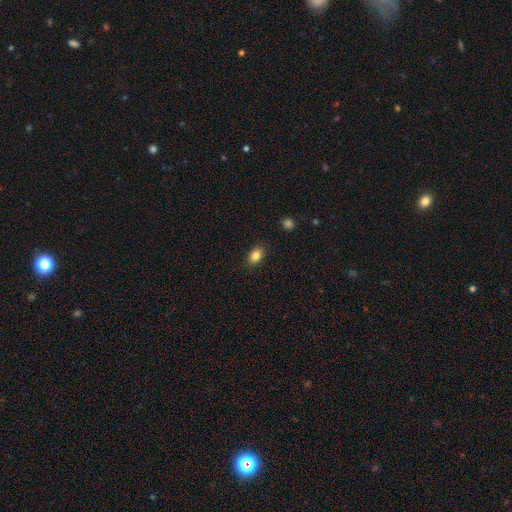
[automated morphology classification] Smooth or featured: smooth — 85% (star or artifact — 9%)
How rounded: in between — 80% (round — 19%)
Merging: none — 87% (minor disturbance — 10%)